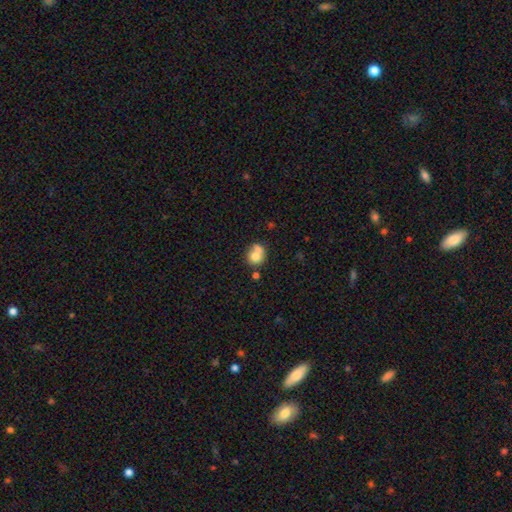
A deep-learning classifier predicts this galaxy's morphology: smooth_or_featured: smooth (p=0.73) [alt: featured or disk p=0.17]
how_rounded: round (p=0.76) [alt: in between p=0.23]
merging: merger (p=0.49) [alt: none p=0.36]